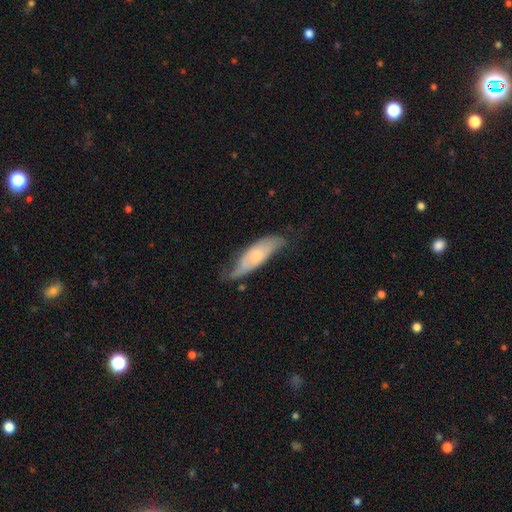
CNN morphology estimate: This appears to be a smooth galaxy with no disk features (55%) that is in between round and cigar-shaped (55%). Merging: none (50%).